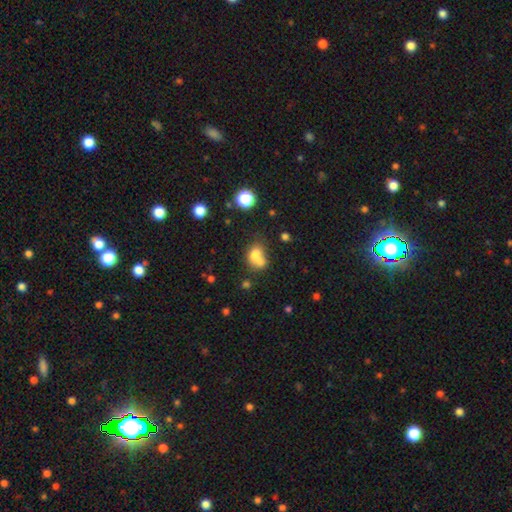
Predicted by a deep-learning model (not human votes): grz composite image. It shows a smooth galaxy with no disk features (71%) that is round (51%). Merging: merger (59%).